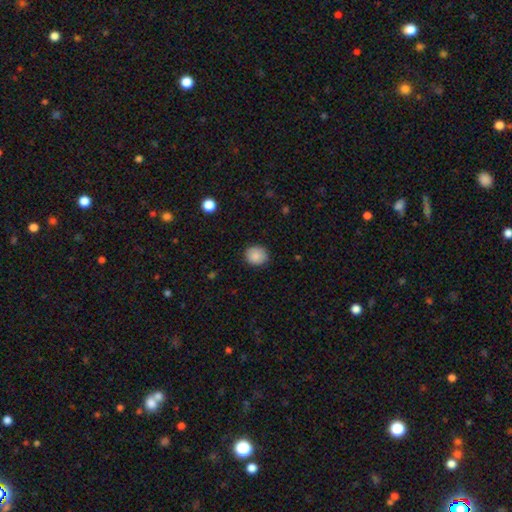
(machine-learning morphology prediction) Smooth or featured? smooth (86%)
How rounded? round (81%)
Merging? none (86%)